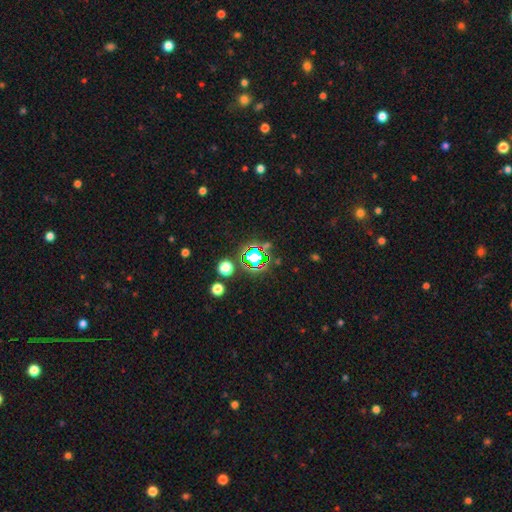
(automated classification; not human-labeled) A star or artifact, not a galaxy (63%).